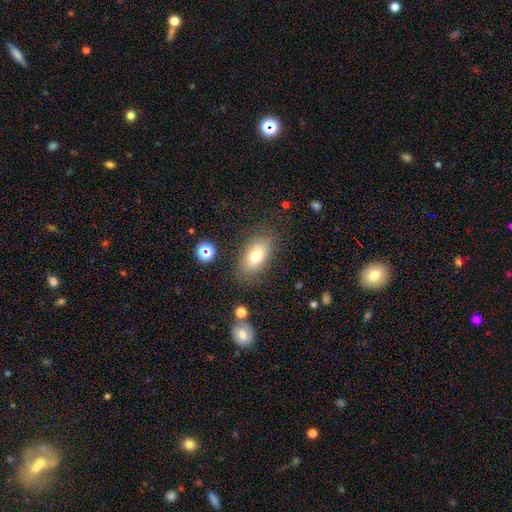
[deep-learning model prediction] Smooth or featured: smooth — 76% (featured or disk — 15%)
How rounded: in between — 87% (cigar-shaped — 7%)
Merging: none — 80% (minor disturbance — 13%)